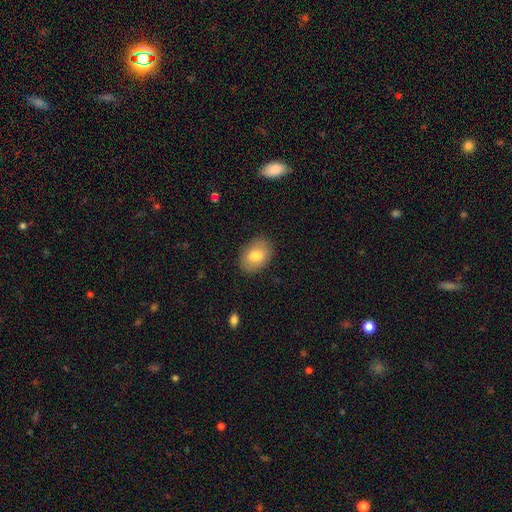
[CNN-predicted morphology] This is likely a smooth galaxy (78%). How rounded: likely in between (77%). Merging: clearly none (86%).